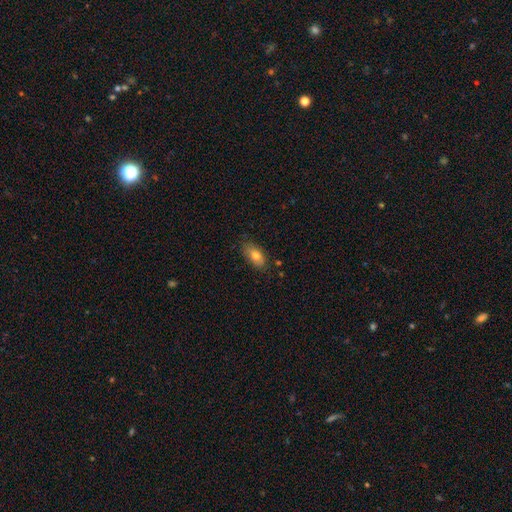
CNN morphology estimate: Q: Smooth or featured?
A: smooth (77%); runner-up: featured or disk (15%)
Q: How rounded?
A: in between (89%); runner-up: cigar-shaped (6%)
Q: Merging?
A: none (79%); runner-up: minor disturbance (17%)